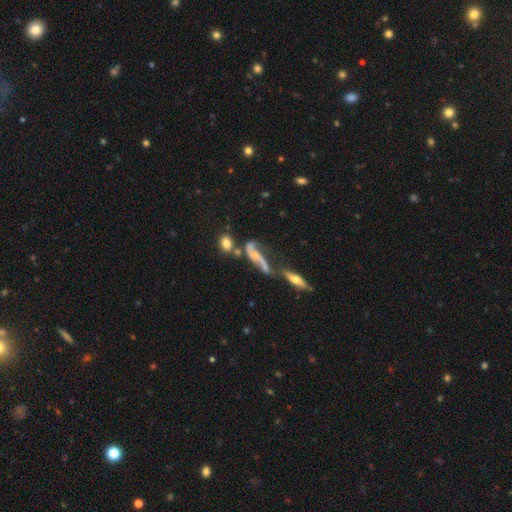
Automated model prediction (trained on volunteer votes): Smooth or featured: featured or disk — 65% (smooth — 24%)
Edge-on disk: no — 73% (yes — 27%)
Merging: merger — 38% (none — 29%)